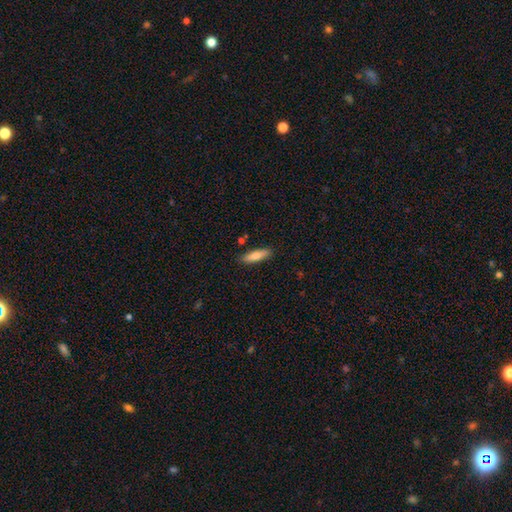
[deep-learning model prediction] Morphology: type=smooth (76%); roundness=cigar-shaped (62%); merging=none (86%).